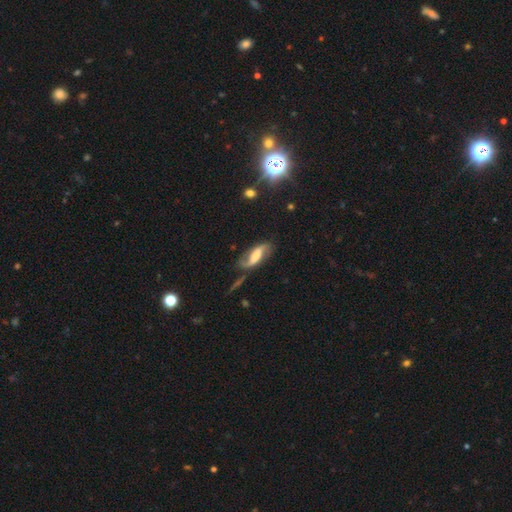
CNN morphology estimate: The model was most divided on "bar": weak: 39%, strong: 33%, no: 27%. Remaining: spiral arms — yes (93%); edge-on disk — no (92%); spiral arm count — 2 (89%); smooth or featured — featured or disk (76%); merging — none (67%); spiral winding — loose (59%); bulge size — moderate (36%).